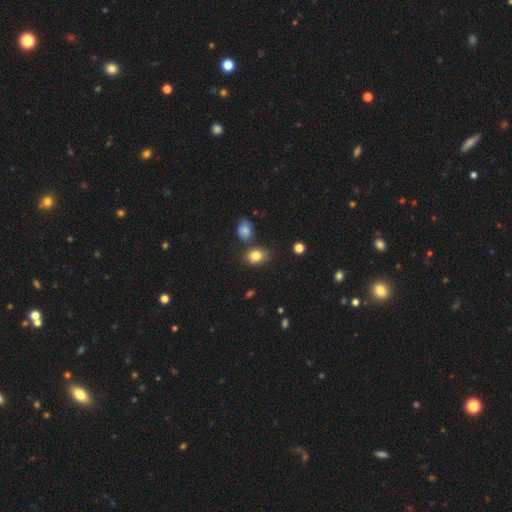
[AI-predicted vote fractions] A smooth galaxy with no disk features (81%) that is in between round and cigar-shaped (66%).

Vote fractions:
- Smooth or featured? smooth: 81% / star or artifact: 10% / featured or disk: 8%
- How rounded? in between: 66% / round: 32% / cigar-shaped: 1%
- Merging? none: 71% / minor disturbance: 16% / merger: 9% / major disturbance: 4%